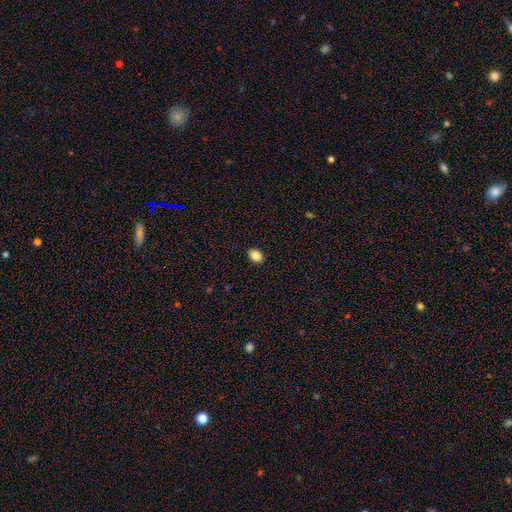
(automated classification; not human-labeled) Smooth or featured?
  - smooth: 86% *
  - star or artifact: 10%
  - featured or disk: 5%
How rounded?
  - in between: 65% *
  - round: 34%
  - cigar-shaped: 1%
Merging?
  - none: 91% *
  - minor disturbance: 7%
  - major disturbance: 2%
  - merger: 1%